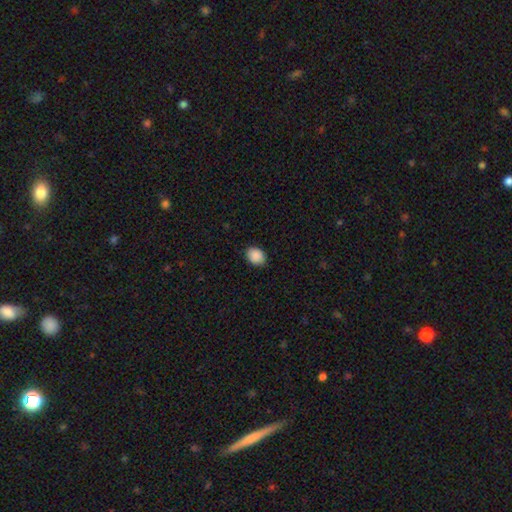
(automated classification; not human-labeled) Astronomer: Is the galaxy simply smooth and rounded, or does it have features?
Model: smooth — 90%.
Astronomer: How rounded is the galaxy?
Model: in between — 61% (runner-up: round, 38%).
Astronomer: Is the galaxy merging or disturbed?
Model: none — 87%.